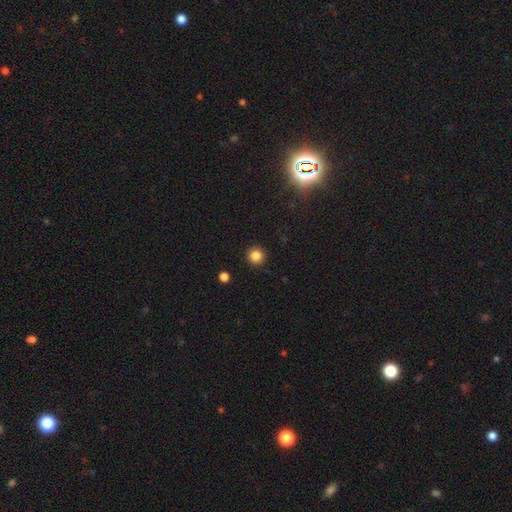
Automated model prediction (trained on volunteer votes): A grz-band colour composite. It shows a smooth galaxy with no disk features (84%) that is round (96%). Merging: none (92%).